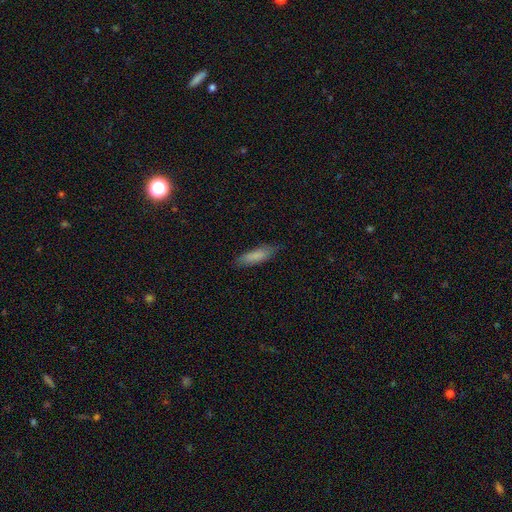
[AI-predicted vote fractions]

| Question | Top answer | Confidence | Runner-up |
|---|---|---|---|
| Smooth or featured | smooth | 83% | featured or disk (11%) |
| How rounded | cigar-shaped | 62% | in between (36%) |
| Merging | none | 79% | minor disturbance (17%) |